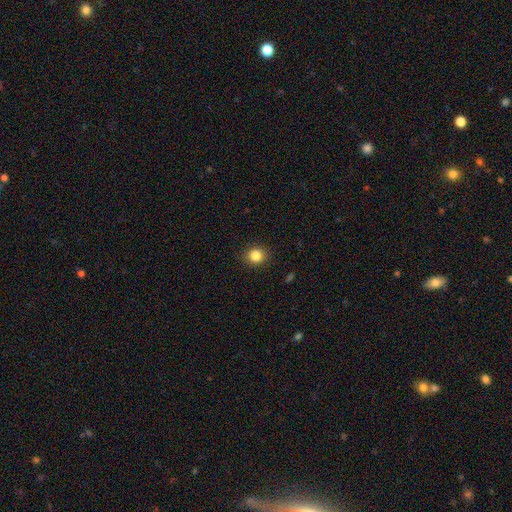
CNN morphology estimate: Q: Smooth or featured?
A: smooth (84%); runner-up: star or artifact (11%)
Q: How rounded?
A: round (83%); runner-up: in between (16%)
Q: Merging?
A: none (91%); runner-up: minor disturbance (6%)